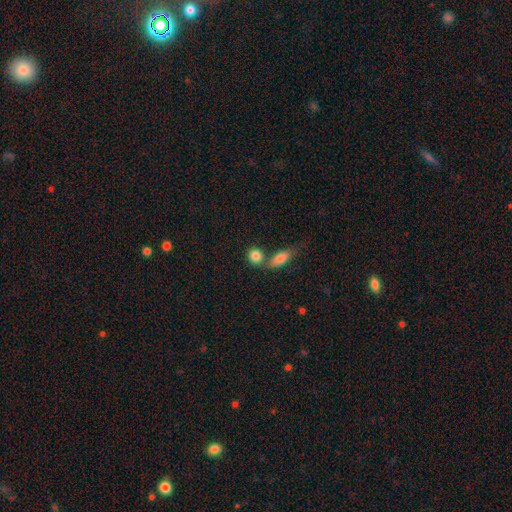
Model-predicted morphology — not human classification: type=smooth (85%); roundness=round (73%); merging=none (58%).